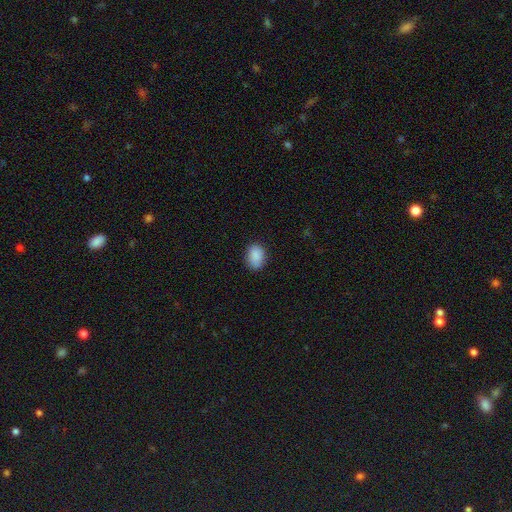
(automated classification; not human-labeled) Smooth or featured: smooth — 89% (star or artifact — 8%)
How rounded: in between — 76% (round — 23%)
Merging: none — 83% (minor disturbance — 13%)